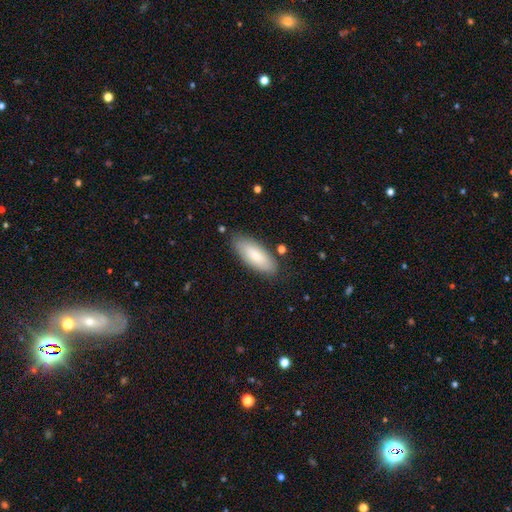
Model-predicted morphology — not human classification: A smooth galaxy with no disk features (79%) that is in between round and cigar-shaped (77%). Merging: none (81%).